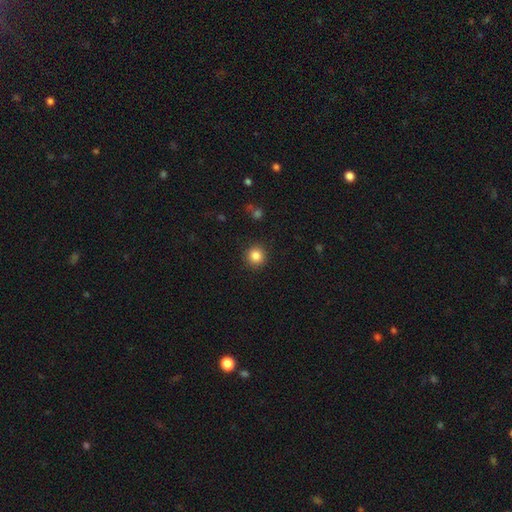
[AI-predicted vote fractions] This appears to be a smooth galaxy with no disk features (85%) that is round (94%). Merging: none (91%).